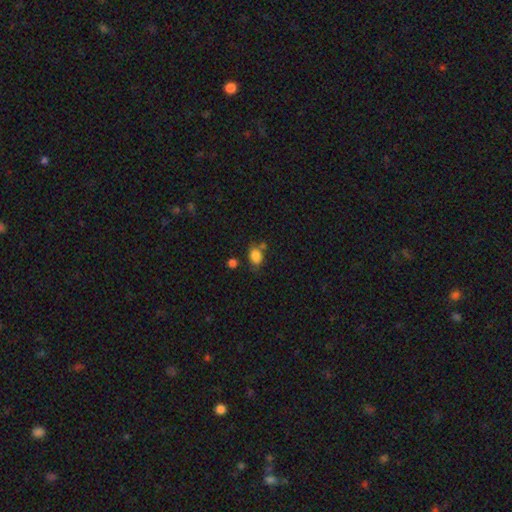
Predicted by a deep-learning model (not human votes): This appears to be a smooth galaxy with no disk features (84%) that is in between round and cigar-shaped (71%). Merging: none (62%).